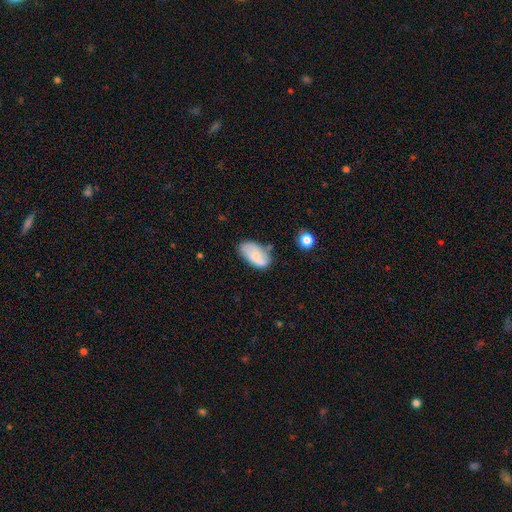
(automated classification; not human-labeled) Smooth or featured? smooth (69%)
How rounded? in between (94%)
Merging? none (60%)